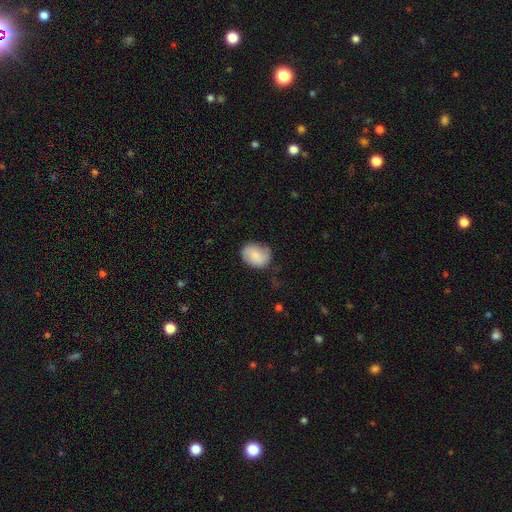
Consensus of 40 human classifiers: Morphology: type=smooth (88%); roundness=in between (77%); merging=none (84%).